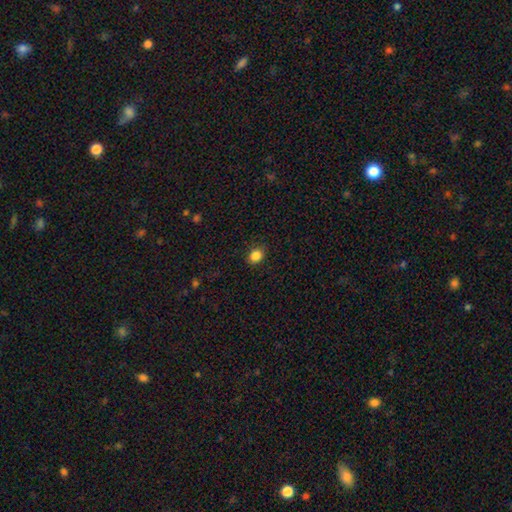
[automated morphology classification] Smooth or featured? smooth (85%)
How rounded? round (53%)
Merging? none (88%)